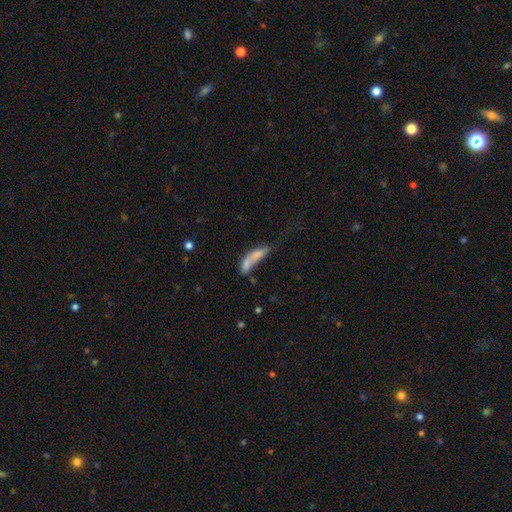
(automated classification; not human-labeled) Morphology: type=smooth (69%); roundness=cigar-shaped (51%); merging=merger (43%).